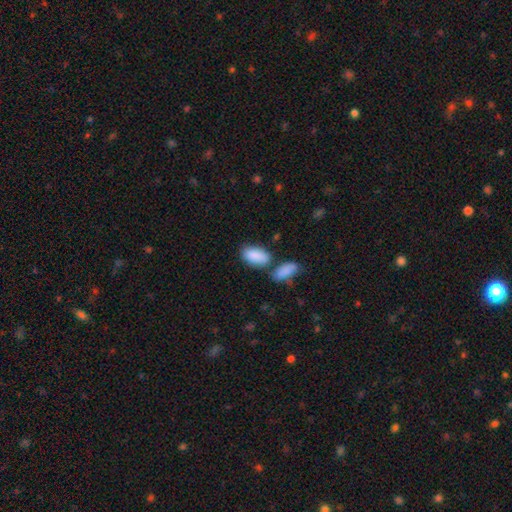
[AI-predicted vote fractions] Smooth or featured? Predicted: smooth (p=0.89). How rounded? Predicted: in between (p=0.94). Merging? Predicted: none (p=0.54).